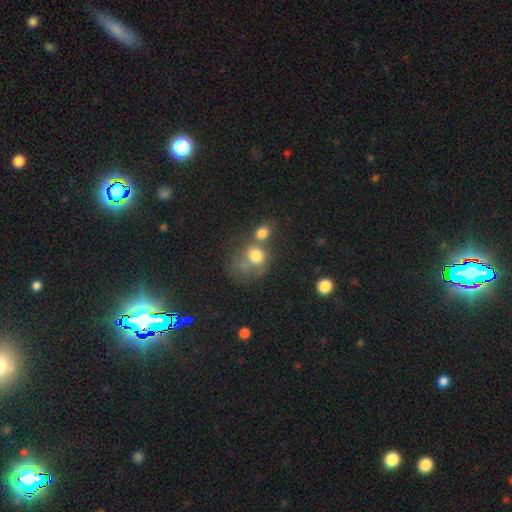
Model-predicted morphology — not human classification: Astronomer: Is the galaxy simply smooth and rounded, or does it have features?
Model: smooth — 73%.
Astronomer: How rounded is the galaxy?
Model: round — 70%.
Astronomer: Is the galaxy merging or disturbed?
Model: merger — 48% (runner-up: none, 30%).